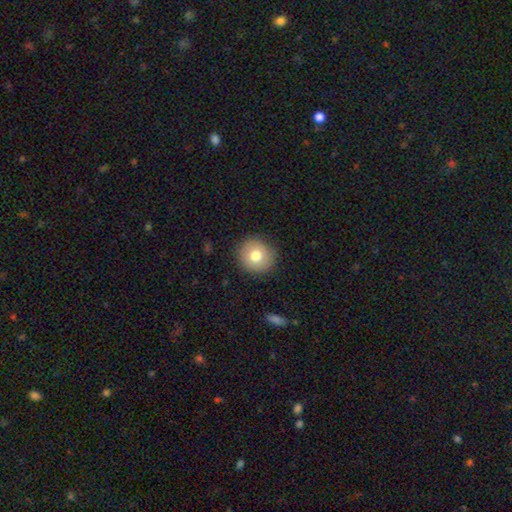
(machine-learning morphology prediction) type=smooth (76%); roundness=round (90%); merging=none (89%).